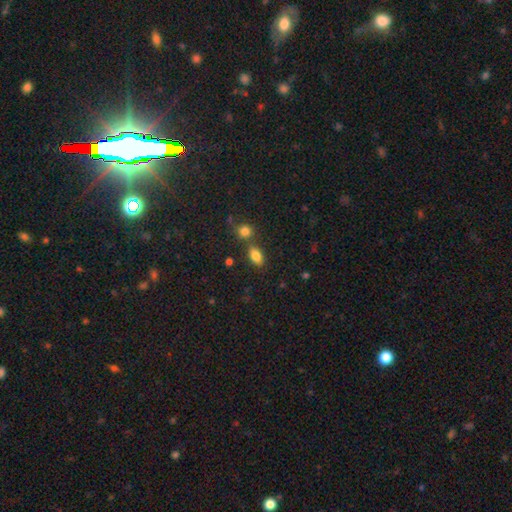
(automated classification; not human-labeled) Morphology: type=smooth (83%); roundness=in between (87%); merging=none (69%).